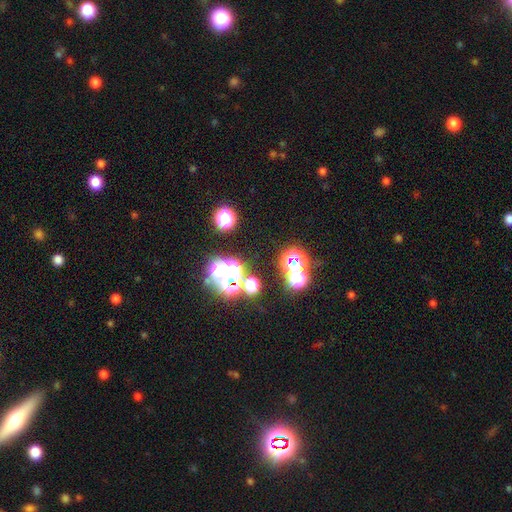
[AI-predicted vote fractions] smooth-or-featured: star or artifact: 79% | smooth: 13% | featured or disk: 7%